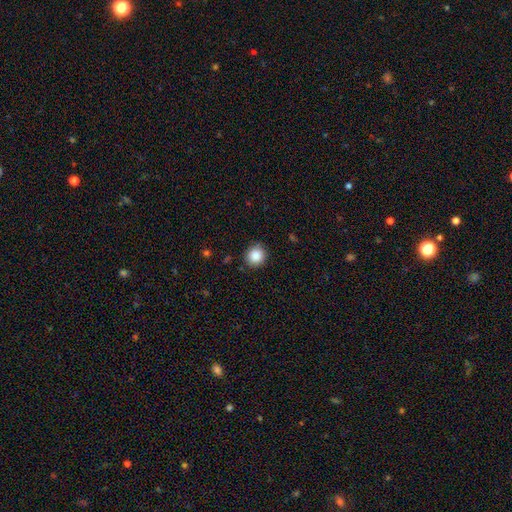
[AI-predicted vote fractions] Smooth or featured: smooth — 87% (star or artifact — 9%)
How rounded: round — 88% (in between — 11%)
Merging: none — 87% (minor disturbance — 10%)